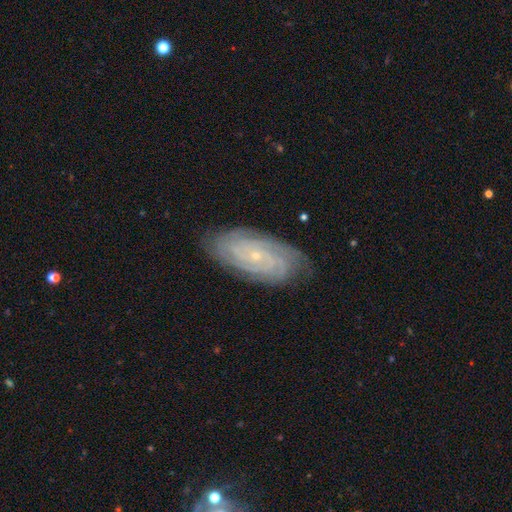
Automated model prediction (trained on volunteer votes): Smooth or featured? featured or disk (84%)
Edge-on disk? no (94%)
Bar? no (74%)
Spiral arms? yes (97%)
Spiral winding? tight (78%)
Spiral arm count? can't tell (29%)
Bulge size? small (84%)
Merging? none (82%)